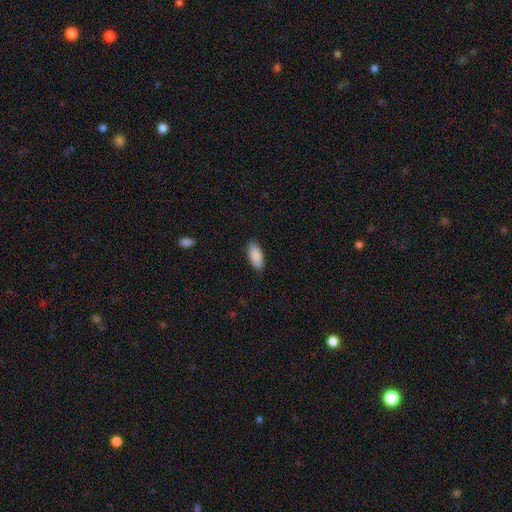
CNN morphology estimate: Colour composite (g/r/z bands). It shows a smooth galaxy with no disk features (90%) that is in between round and cigar-shaped (88%). Merging: none (86%).